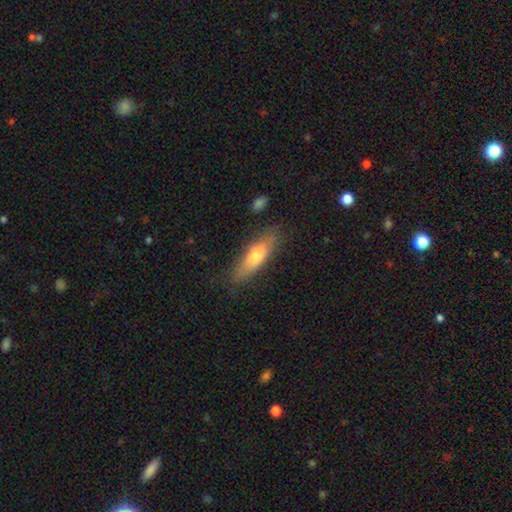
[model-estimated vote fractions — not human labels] Morphology: type=smooth (60%); roundness=cigar-shaped (64%); merging=none (82%).